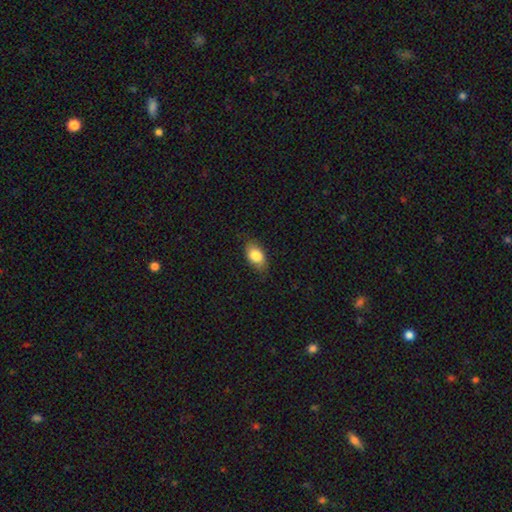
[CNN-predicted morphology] Overall: smooth (82%). How rounded: in between (88%). Merging: none (79%).